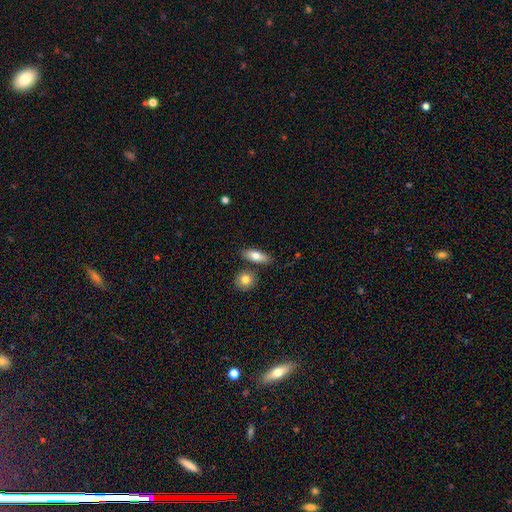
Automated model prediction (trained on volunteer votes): Smooth or featured?
  - smooth: 75% *
  - featured or disk: 18%
  - star or artifact: 6%
How rounded?
  - in between: 66% *
  - cigar-shaped: 28%
  - round: 6%
Merging?
  - none: 76% *
  - minor disturbance: 11%
  - merger: 10%
  - major disturbance: 3%